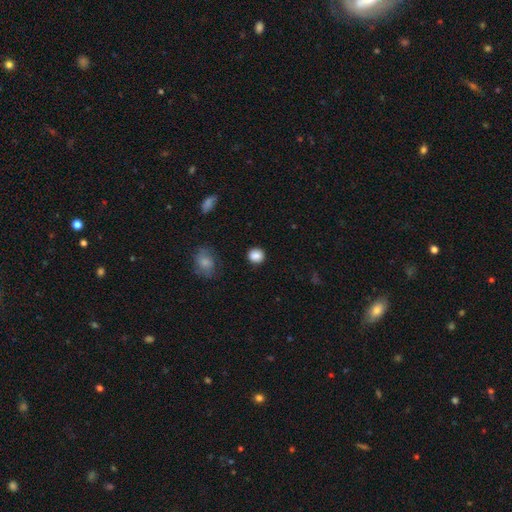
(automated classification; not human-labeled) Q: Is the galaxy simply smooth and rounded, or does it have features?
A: smooth — 87%.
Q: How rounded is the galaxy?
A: round — 87%.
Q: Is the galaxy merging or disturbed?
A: none — 88%.